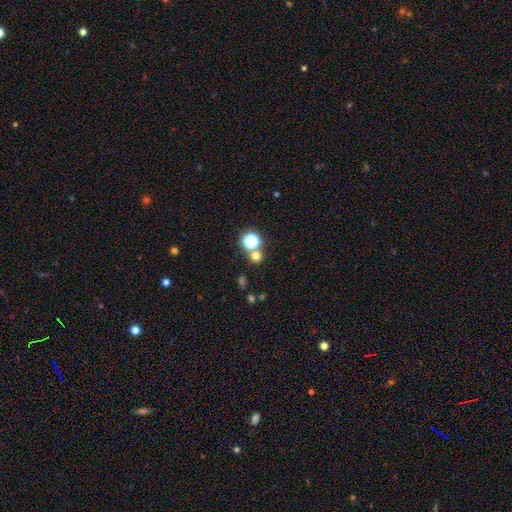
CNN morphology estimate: Smooth or featured? smooth (65%)
How rounded? round (89%)
Merging? none (68%)